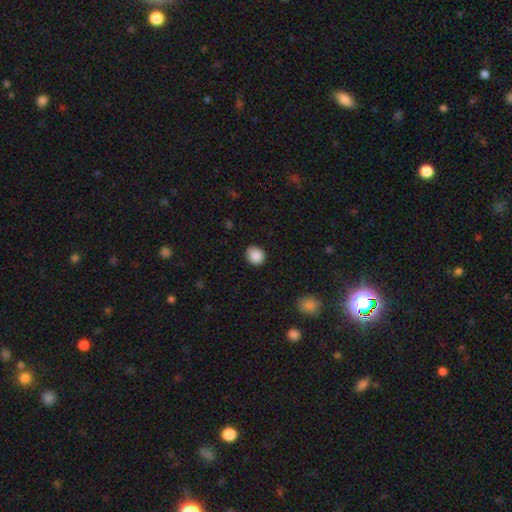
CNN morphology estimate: type=smooth (88%); roundness=round (74%); merging=none (84%).